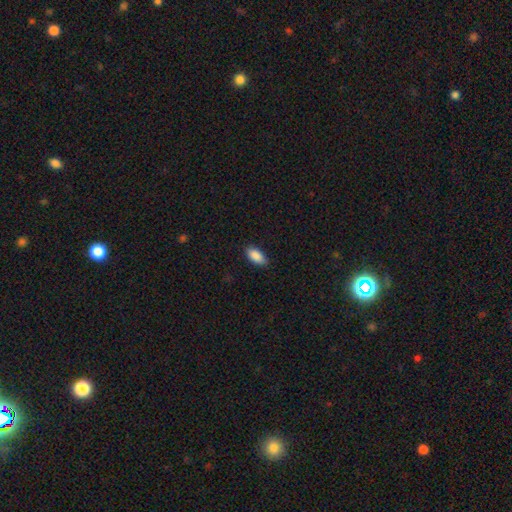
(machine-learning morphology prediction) Smooth or featured? smooth (89%)
How rounded? in between (91%)
Merging? none (84%)